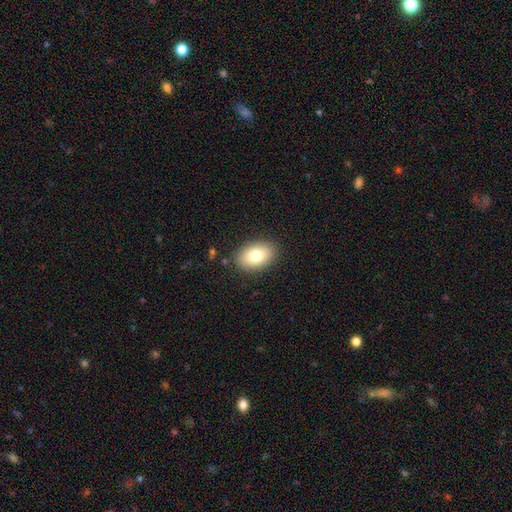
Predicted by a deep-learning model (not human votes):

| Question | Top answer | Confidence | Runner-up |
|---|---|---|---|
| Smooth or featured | smooth | 79% | featured or disk (13%) |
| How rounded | in between | 87% | round (12%) |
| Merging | none | 87% | minor disturbance (9%) |